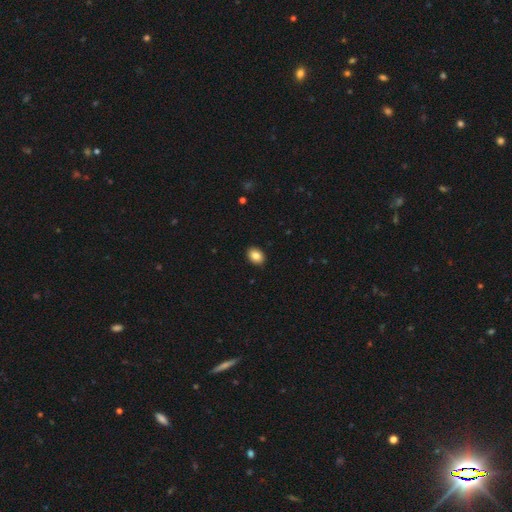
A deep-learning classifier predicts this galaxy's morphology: This is clearly a smooth galaxy (86%). How rounded: likely in between (71%). Merging: clearly none (91%).